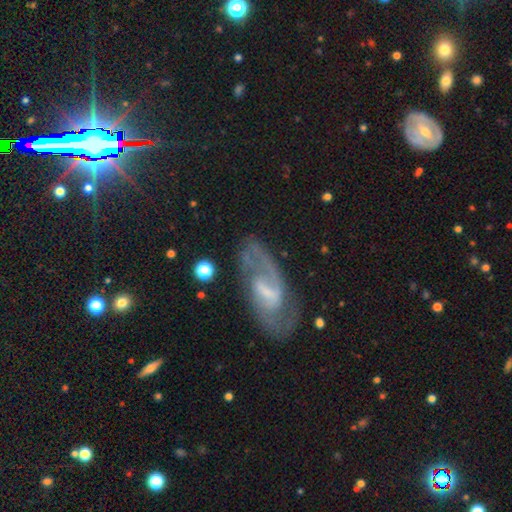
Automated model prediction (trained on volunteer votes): featured or disk 80%, smooth 12%, star or artifact 8%. Down the decision tree: edge-on disk — no (94%); bar — weak (49%); spiral arms — yes (90%); spiral arm count — 2 (78%); spiral winding — medium (51%); bulge size — small (37%); merging — none (68%).